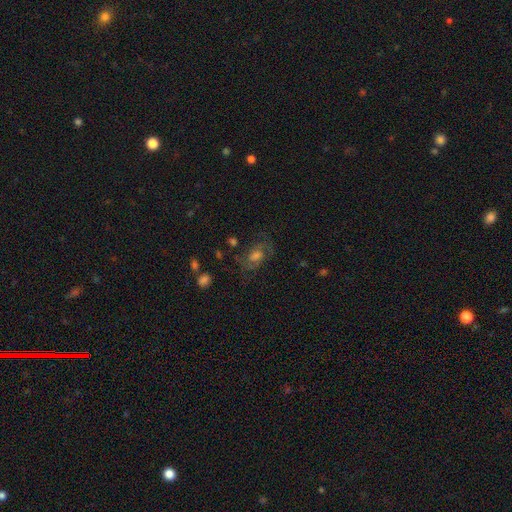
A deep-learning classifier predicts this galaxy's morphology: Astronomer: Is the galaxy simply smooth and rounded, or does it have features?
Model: featured or disk — 59%.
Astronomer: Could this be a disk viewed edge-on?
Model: no — 96%.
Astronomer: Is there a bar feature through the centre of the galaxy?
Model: no — 51% (runner-up: weak, 40%).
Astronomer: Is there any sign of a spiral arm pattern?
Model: yes — 85%.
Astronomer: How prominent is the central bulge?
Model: moderate — 44% (runner-up: large, 23%).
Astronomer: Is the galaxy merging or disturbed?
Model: none — 68%.